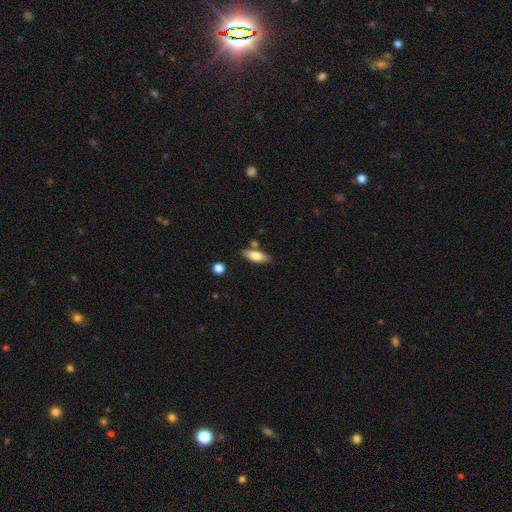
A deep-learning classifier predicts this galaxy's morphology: This appears to be a smooth galaxy with no disk features (69%) that is in between round and cigar-shaped (69%). Merging: none (76%).